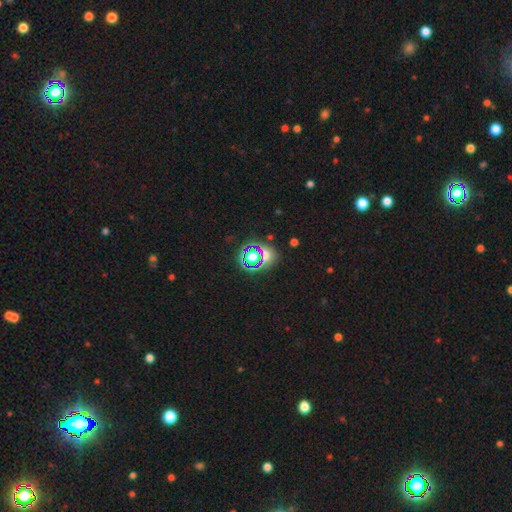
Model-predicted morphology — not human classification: Smooth or featured? Predicted: star or artifact (p=0.54).